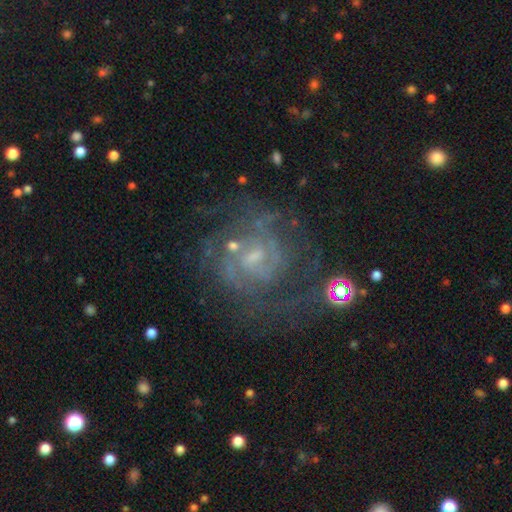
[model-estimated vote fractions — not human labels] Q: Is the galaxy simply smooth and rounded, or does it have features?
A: featured or disk — 81%.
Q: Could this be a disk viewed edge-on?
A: no — 98%.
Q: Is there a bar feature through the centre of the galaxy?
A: weak — 54%.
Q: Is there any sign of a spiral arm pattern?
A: yes — 90%.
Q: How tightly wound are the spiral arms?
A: tight — 50%.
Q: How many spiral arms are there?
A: can't tell — 37%.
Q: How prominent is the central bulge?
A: small — 52%.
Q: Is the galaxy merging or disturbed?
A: none — 62%.